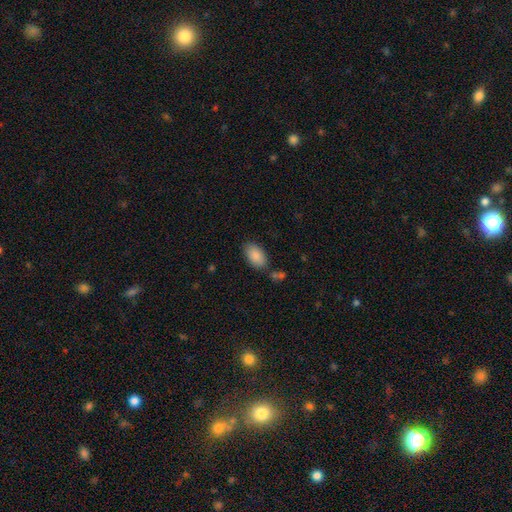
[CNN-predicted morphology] Q: Smooth or featured?
A: smooth (87%); runner-up: star or artifact (7%)
Q: How rounded?
A: in between (94%); runner-up: round (5%)
Q: Merging?
A: none (78%); runner-up: minor disturbance (14%)